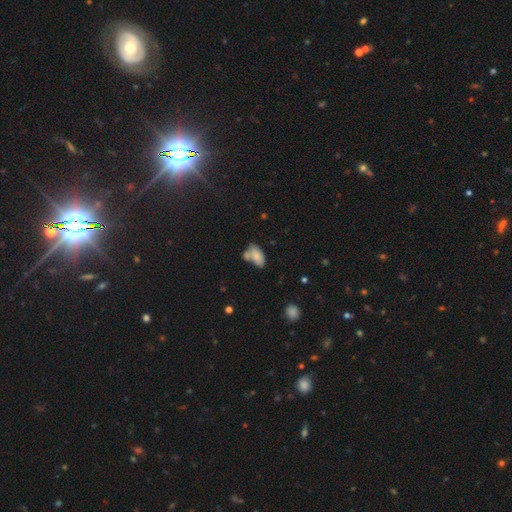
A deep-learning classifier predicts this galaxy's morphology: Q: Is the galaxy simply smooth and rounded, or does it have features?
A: smooth — 80%.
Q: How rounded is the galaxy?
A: in between — 92%.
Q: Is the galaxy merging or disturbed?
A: none — 39%.